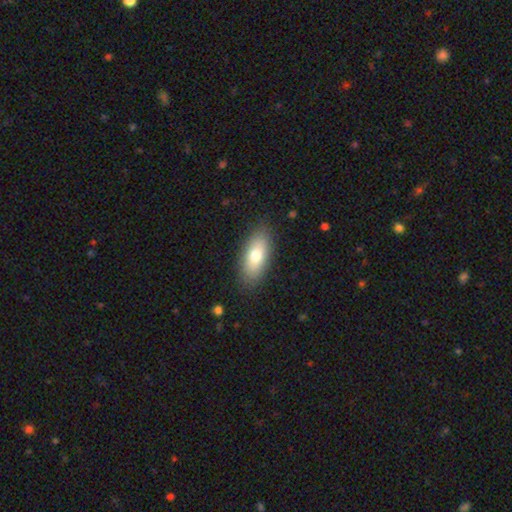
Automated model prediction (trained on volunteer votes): Smooth or featured? Predicted: smooth (p=0.74). How rounded? Predicted: in between (p=0.84). Merging? Predicted: none (p=0.87).